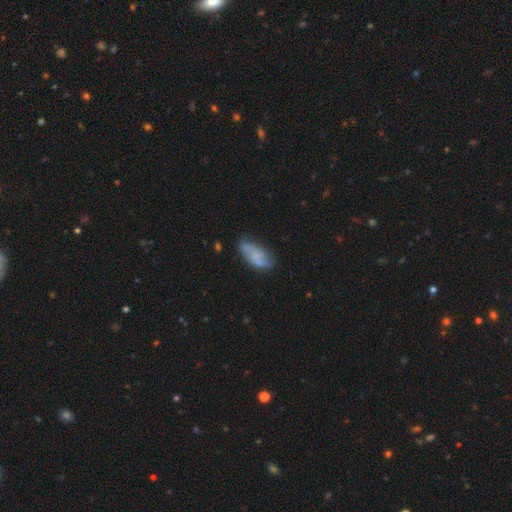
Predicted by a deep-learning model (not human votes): Smooth or featured? Predicted: smooth (p=0.64). How rounded? Predicted: in between (p=0.80). Merging? Predicted: none (p=0.59).